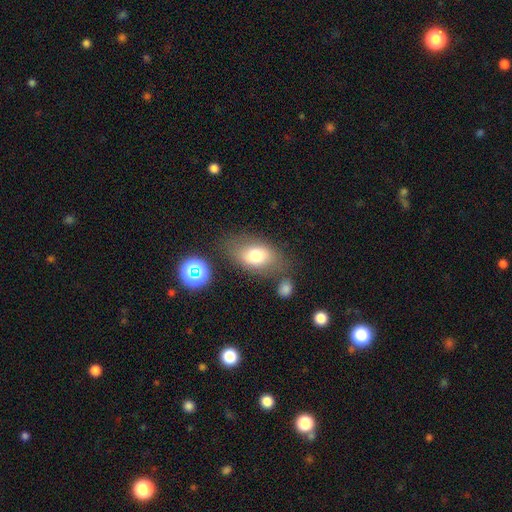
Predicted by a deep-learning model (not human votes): A smooth galaxy with no disk features (73%) that is in between round and cigar-shaped (85%). Merging: none (68%).